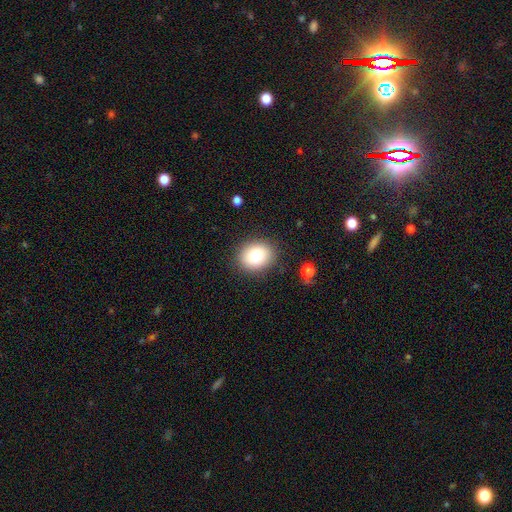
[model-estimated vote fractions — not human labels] This appears to be a smooth galaxy with no disk features (79%) that is round (60%). Merging: none (88%).